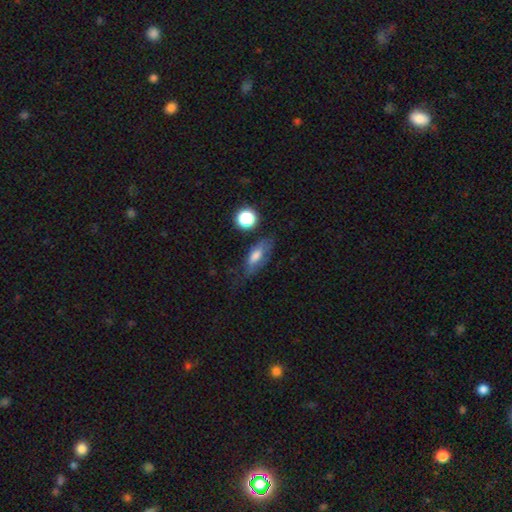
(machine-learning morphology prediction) This appears to be a smooth galaxy with no disk features (64%) that is in between round and cigar-shaped (69%). Merging: none (57%).